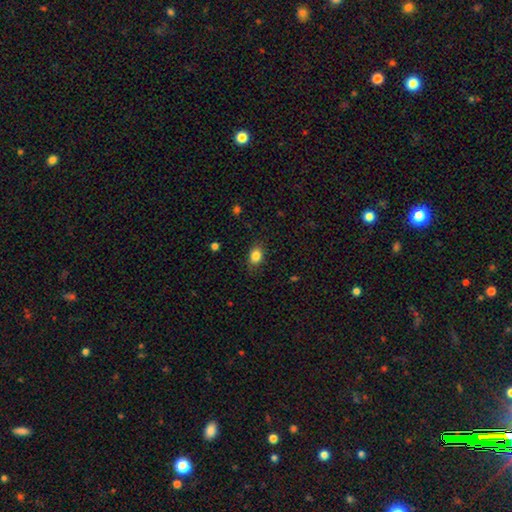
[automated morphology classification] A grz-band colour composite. It shows a smooth galaxy with no disk features (86%) that is in between round and cigar-shaped (70%). Merging: none (84%).